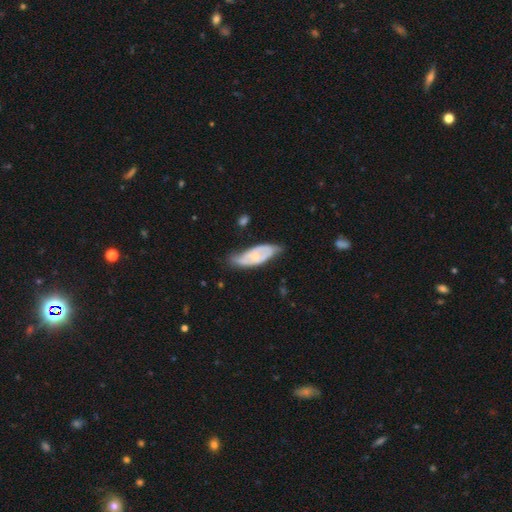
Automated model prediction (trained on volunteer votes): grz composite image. It shows a featured or disk galaxy (64%) with no bar (64%), spiral arms (71%) and a small central bulge (61%). Merging: none (54%).